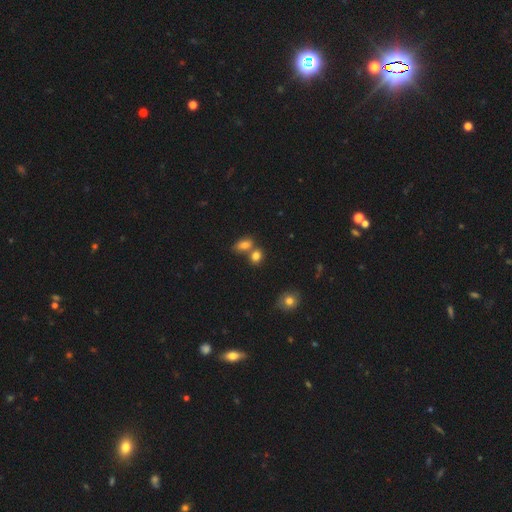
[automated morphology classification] smooth_or_featured: smooth (p=0.81) [alt: star or artifact p=0.11]
how_rounded: in between (p=0.61) [alt: round p=0.37]
merging: none (p=0.46) [alt: merger p=0.41]